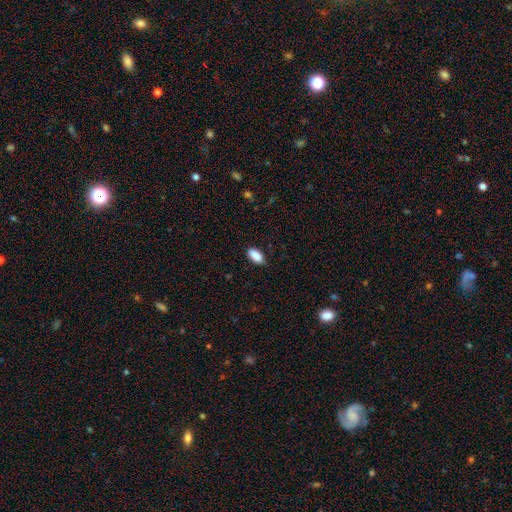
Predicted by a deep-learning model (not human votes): Smooth or featured?
  - smooth: 90% *
  - star or artifact: 7%
  - featured or disk: 4%
How rounded?
  - in between: 90% *
  - cigar-shaped: 7%
  - round: 3%
Merging?
  - none: 86% *
  - minor disturbance: 11%
  - major disturbance: 2%
  - merger: 1%